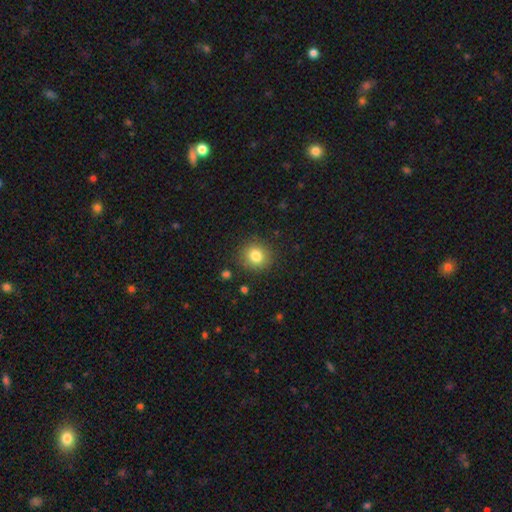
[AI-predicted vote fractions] Smooth or featured? Predicted: smooth (p=0.82). How rounded? Predicted: round (p=0.87). Merging? Predicted: none (p=0.87).